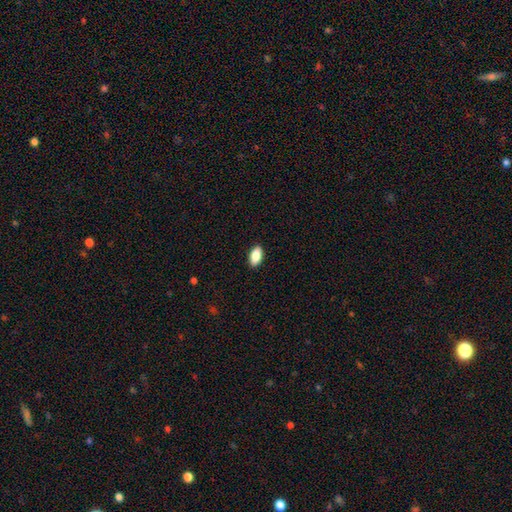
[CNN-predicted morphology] Q: Smooth or featured?
A: smooth (85%); runner-up: featured or disk (8%)
Q: How rounded?
A: in between (91%); runner-up: cigar-shaped (6%)
Q: Merging?
A: none (90%); runner-up: minor disturbance (7%)